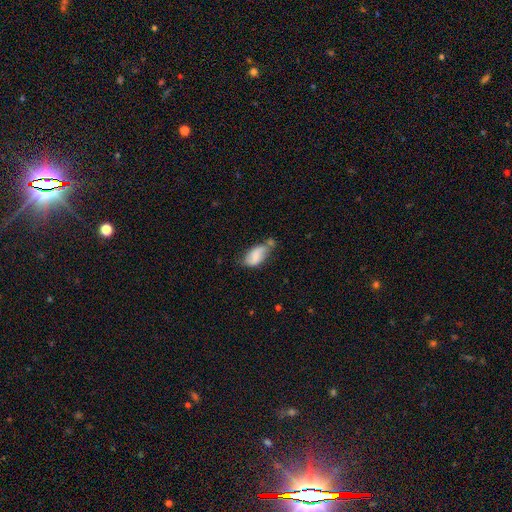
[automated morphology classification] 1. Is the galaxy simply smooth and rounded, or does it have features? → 69% smooth, 23% featured or disk, 8% star or artifact.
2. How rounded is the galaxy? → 91% in between, 5% cigar-shaped, 5% round.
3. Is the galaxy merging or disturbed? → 35% none, 31% minor disturbance, 22% merger, 12% major disturbance.